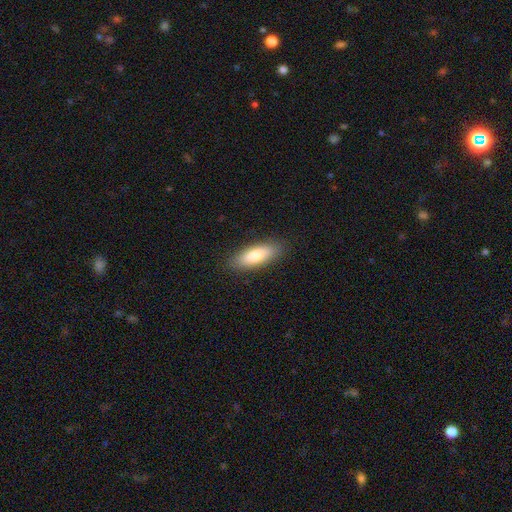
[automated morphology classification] A smooth galaxy with no disk features (80%) that is in between round and cigar-shaped (64%). Merging: none (88%).